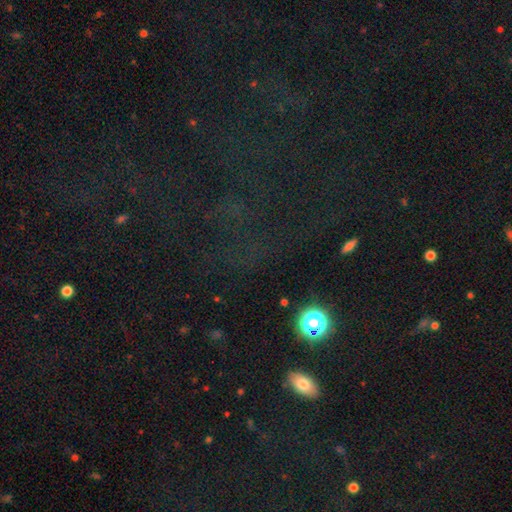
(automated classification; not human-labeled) Q: Smooth or featured?
A: star or artifact (62%); runner-up: smooth (27%)